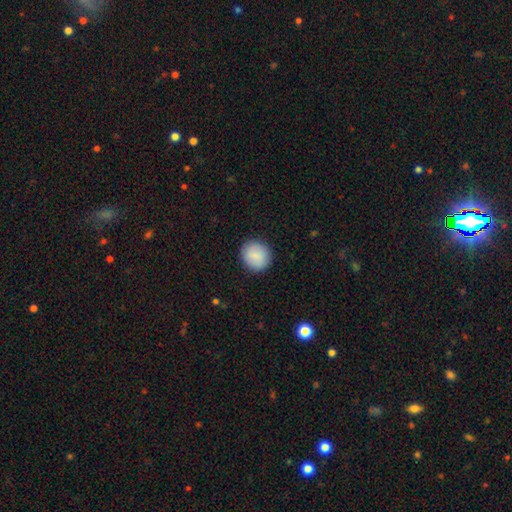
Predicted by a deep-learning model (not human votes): The model was most divided on "how rounded": round: 90%, in between: 9%, cigar-shaped: 1%. More confident: merging — none (91%); smooth or featured — smooth (88%).